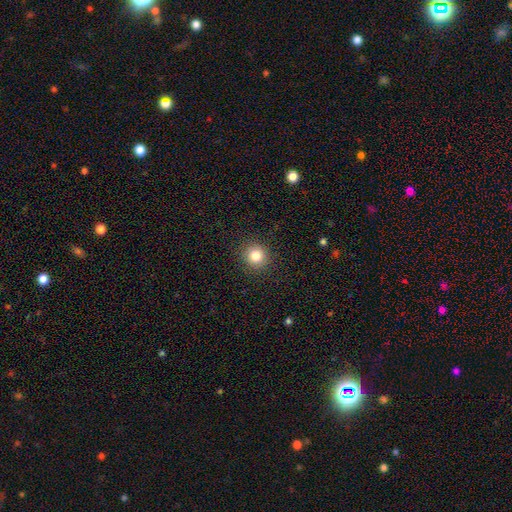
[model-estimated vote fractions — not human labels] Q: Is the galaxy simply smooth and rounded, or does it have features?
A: smooth — 82%.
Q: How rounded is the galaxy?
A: round — 92%.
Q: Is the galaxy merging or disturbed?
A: none — 91%.